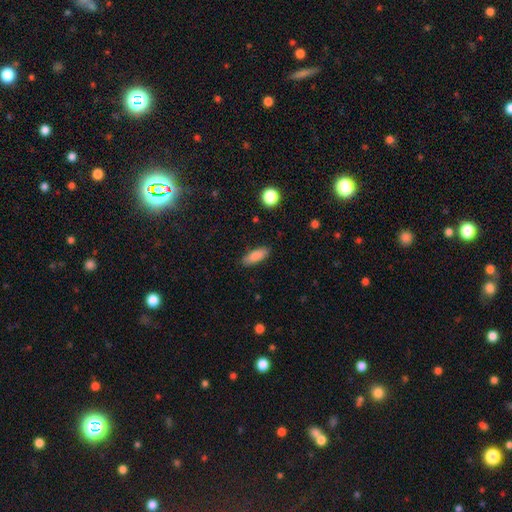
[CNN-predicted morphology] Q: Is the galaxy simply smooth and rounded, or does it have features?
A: smooth — 86%.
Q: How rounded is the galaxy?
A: in between — 69%.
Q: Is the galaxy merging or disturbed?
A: none — 86%.